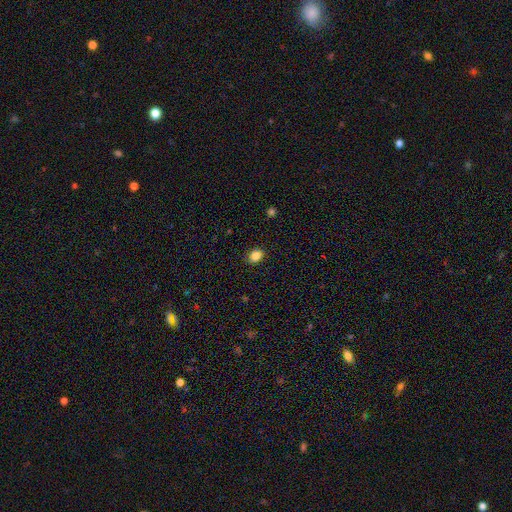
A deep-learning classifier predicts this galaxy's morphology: Overall: smooth (85%). How rounded: in between (56%; round 43%). Merging: none (88%).